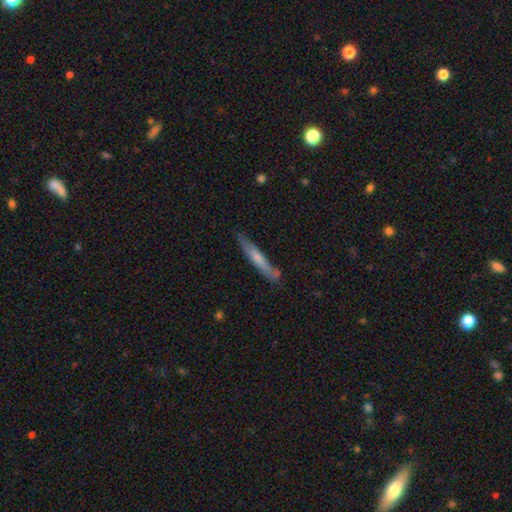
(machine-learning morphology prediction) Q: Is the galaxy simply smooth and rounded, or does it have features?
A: smooth — 51%.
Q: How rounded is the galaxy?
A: cigar-shaped — 94%.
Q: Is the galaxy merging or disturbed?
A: none — 79%.